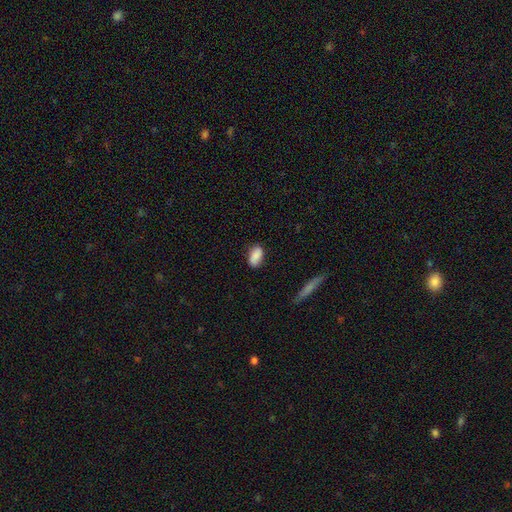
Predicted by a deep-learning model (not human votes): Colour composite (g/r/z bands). It shows a smooth galaxy with no disk features (87%) that is in between round and cigar-shaped (92%). Merging: none (79%).